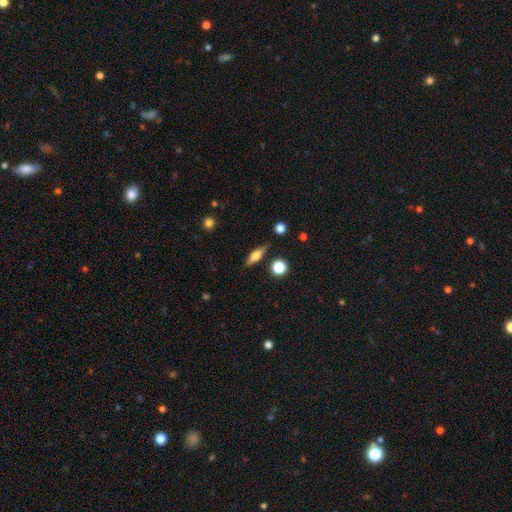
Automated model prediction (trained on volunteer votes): Overall: featured or disk (49%; smooth 43%). Merging: none (84%).